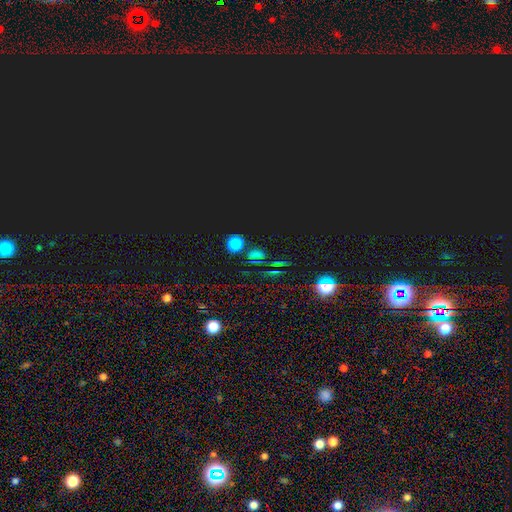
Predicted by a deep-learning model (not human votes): This is likely a star or artifact rather than a galaxy (62%).